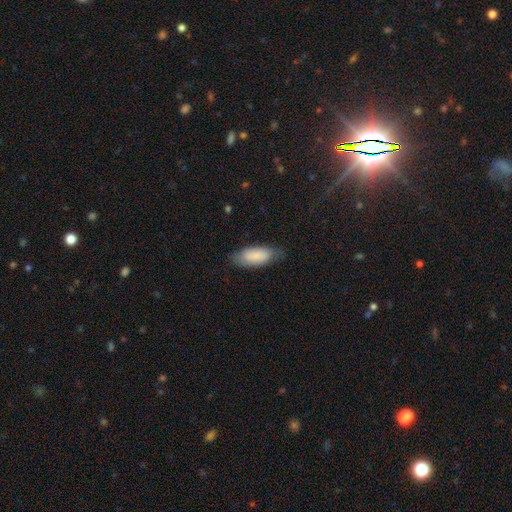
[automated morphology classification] Smooth or featured? smooth (80%)
How rounded? in between (85%)
Merging? none (69%)